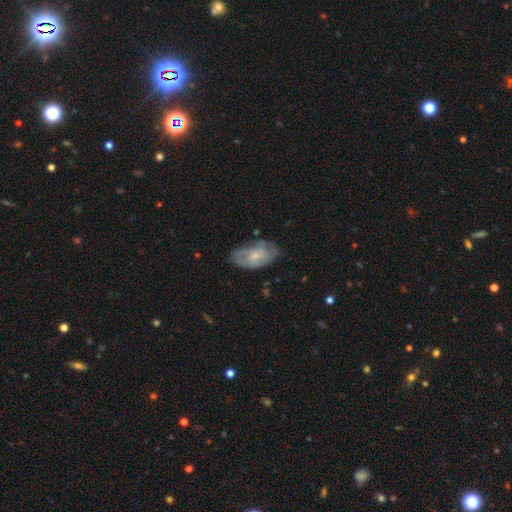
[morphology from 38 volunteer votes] Volunteers were most divided on "bulge size" (2-way tie): moderate: 42%, small: 42%, none: 16%, dominant: 0%, large: 0%. More confident: edge-on disk — no (95%); smooth or featured — featured or disk (53%); bar — no (53%); spiral arms — no (53%); merging — none (53%).